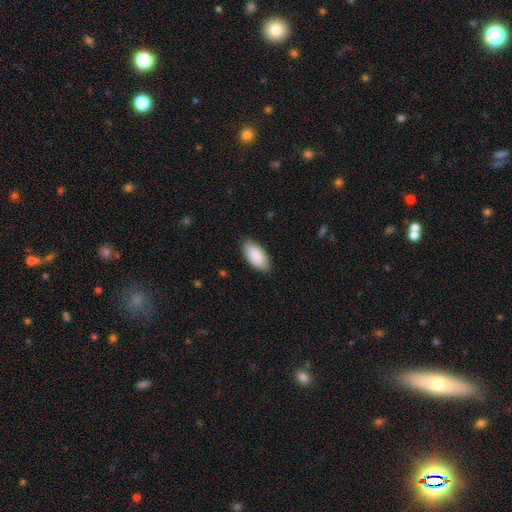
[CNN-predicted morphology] Smooth or featured?
  - smooth: 89% *
  - star or artifact: 5%
  - featured or disk: 5%
How rounded?
  - in between: 93% *
  - cigar-shaped: 5%
  - round: 2%
Merging?
  - none: 85% *
  - minor disturbance: 12%
  - major disturbance: 2%
  - merger: 1%